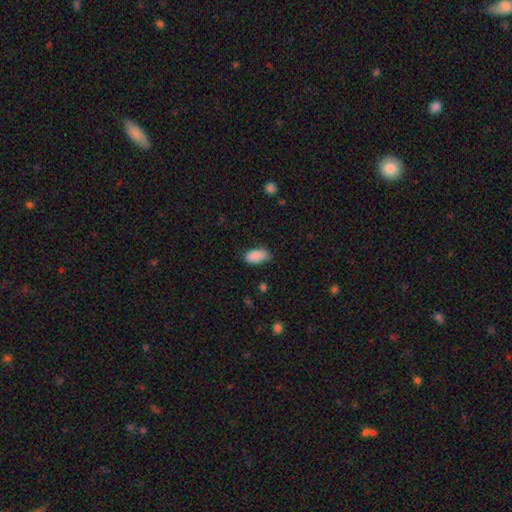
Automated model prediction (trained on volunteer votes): smooth-or-featured: smooth: 89% | star or artifact: 7% | featured or disk: 4%
  how-rounded: in between: 94% | round: 4% | cigar-shaped: 3%
  merging: none: 73% | minor disturbance: 21% | major disturbance: 4% | merger: 1%